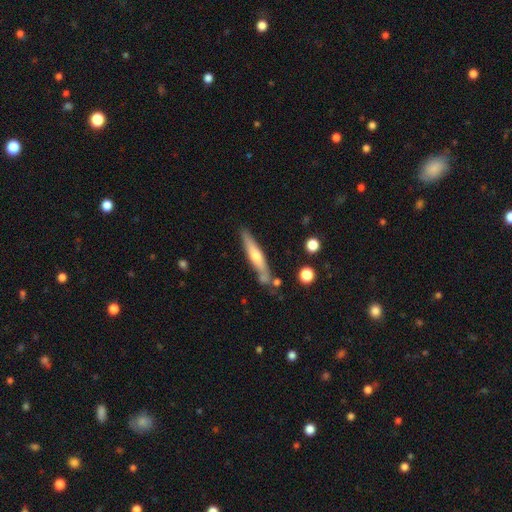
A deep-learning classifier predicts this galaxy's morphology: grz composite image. It shows a featured or disk galaxy (48%). Merging: none (72%).